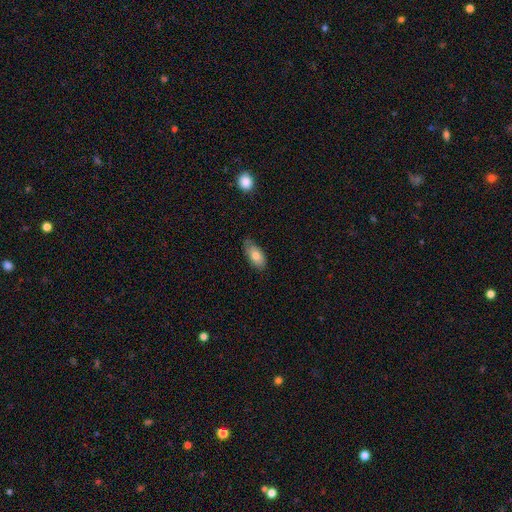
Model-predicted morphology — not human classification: A smooth galaxy with no disk features (74%) that is in between round and cigar-shaped (90%).

Vote fractions:
- Smooth or featured? smooth: 74% / featured or disk: 19% / star or artifact: 7%
- How rounded? in between: 90% / cigar-shaped: 7% / round: 3%
- Merging? none: 71% / minor disturbance: 24% / major disturbance: 4% / merger: 1%